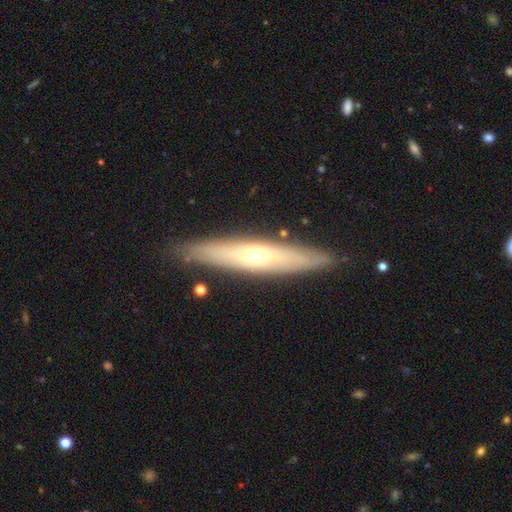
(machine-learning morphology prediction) Q: Smooth or featured?
A: featured or disk (63%); runner-up: smooth (31%)
Q: Edge-on disk?
A: yes (75%); runner-up: no (25%)
Q: Merging?
A: none (87%); runner-up: minor disturbance (10%)